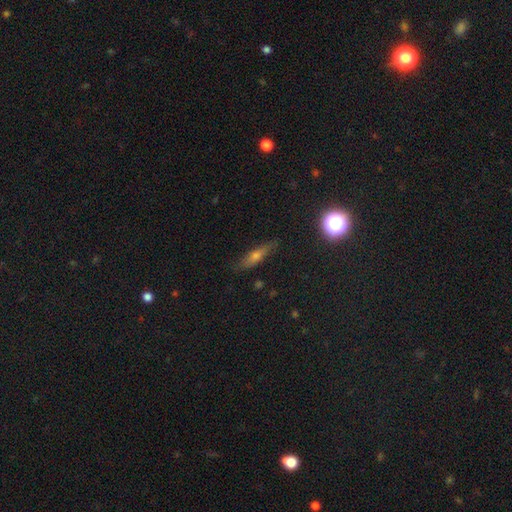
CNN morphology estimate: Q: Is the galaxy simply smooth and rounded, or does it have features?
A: smooth — 45%.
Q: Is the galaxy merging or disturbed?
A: none — 83%.